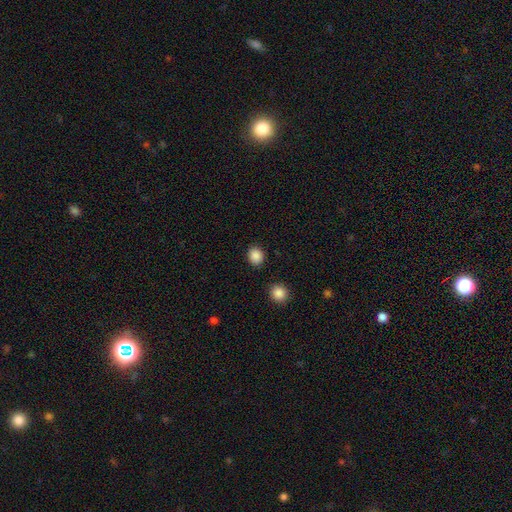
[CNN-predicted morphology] smooth_or_featured: smooth (p=0.88) [alt: star or artifact p=0.09]
how_rounded: round (p=0.68) [alt: in between p=0.32]
merging: none (p=0.88) [alt: minor disturbance p=0.08]